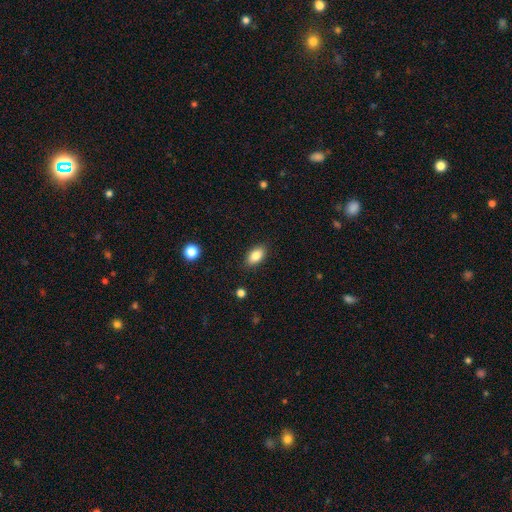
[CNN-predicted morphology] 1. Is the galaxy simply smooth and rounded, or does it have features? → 84% smooth, 8% star or artifact, 8% featured or disk.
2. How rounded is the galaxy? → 90% in between, 7% round, 3% cigar-shaped.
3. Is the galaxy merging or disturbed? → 87% none, 9% minor disturbance, 2% major disturbance, 1% merger.